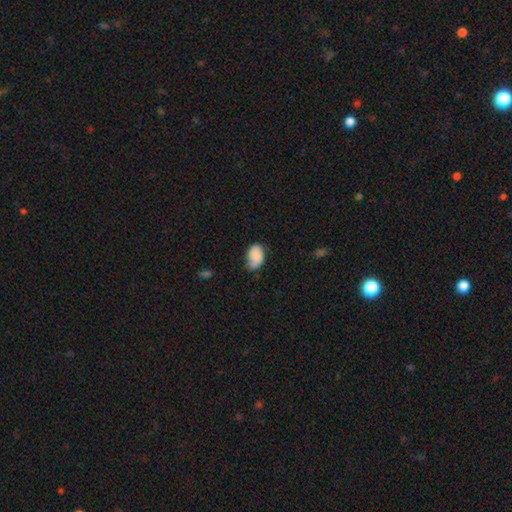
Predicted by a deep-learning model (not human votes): smooth_or_featured: smooth (p=0.86) [alt: star or artifact p=0.07]
how_rounded: in between (p=0.90) [alt: round p=0.09]
merging: none (p=0.53) [alt: minor disturbance p=0.38]